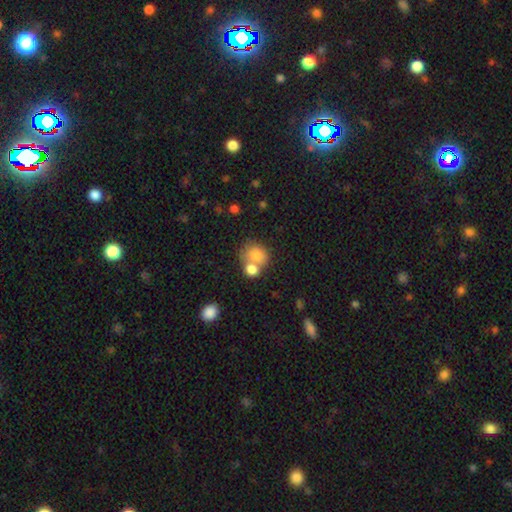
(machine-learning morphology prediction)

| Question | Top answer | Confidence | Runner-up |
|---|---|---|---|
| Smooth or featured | smooth | 78% | featured or disk (12%) |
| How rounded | round | 65% | in between (34%) |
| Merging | merger | 46% | none (38%) |